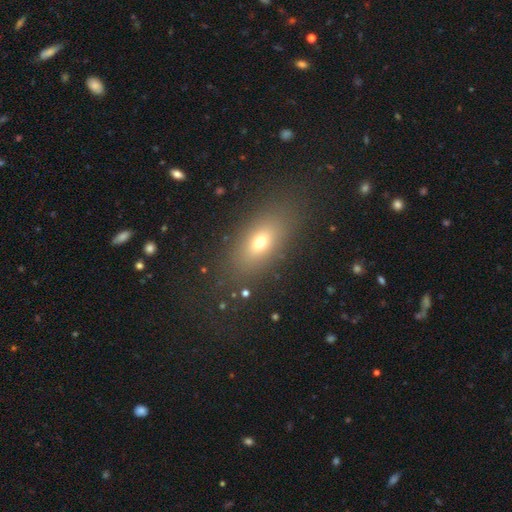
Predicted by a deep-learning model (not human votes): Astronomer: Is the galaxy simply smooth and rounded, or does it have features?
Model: smooth — 67%.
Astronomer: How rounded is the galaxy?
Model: in between — 77%.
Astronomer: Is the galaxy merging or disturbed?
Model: none — 85%.